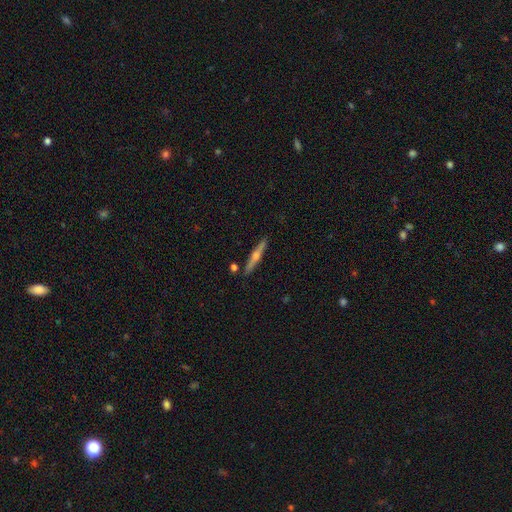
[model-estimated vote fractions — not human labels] Smooth or featured? Predicted: featured or disk (p=0.71). Edge-on disk? Predicted: yes (p=0.97). Edge-on bulge? Predicted: rounded (p=0.88). Merging? Predicted: none (p=0.88).